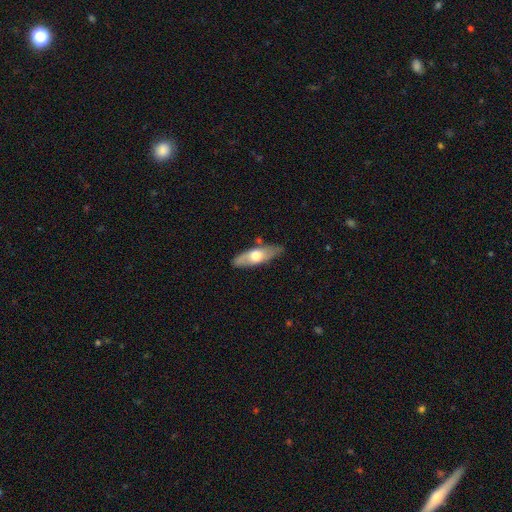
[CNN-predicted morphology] Smooth or featured? smooth (51%)
How rounded? in between (58%)
Merging? none (79%)